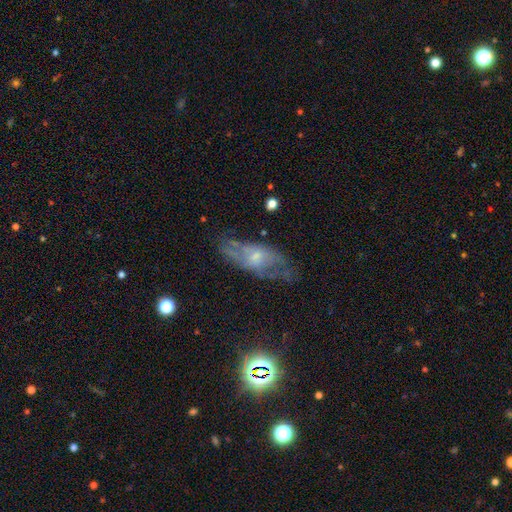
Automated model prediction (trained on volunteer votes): This appears to be a featured or disk galaxy (58%). Merging: none (56%).